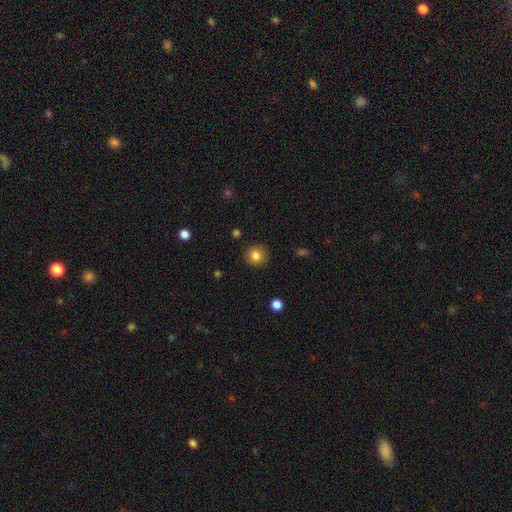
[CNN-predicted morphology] Smooth or featured? smooth (83%)
How rounded? round (91%)
Merging? none (89%)